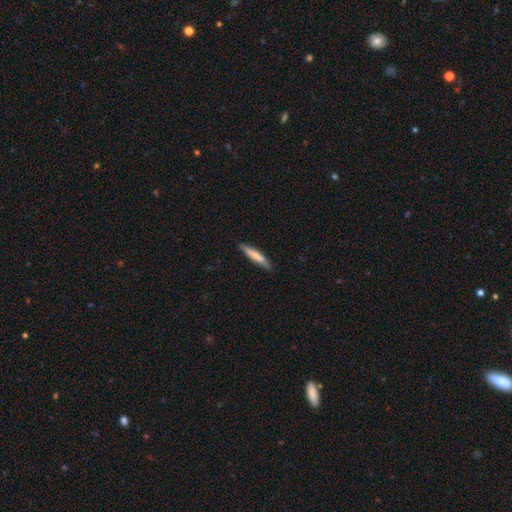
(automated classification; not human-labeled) smooth_or_featured: smooth (p=0.74) [alt: featured or disk p=0.20]
how_rounded: cigar-shaped (p=0.91) [alt: in between p=0.07]
merging: none (p=0.87) [alt: minor disturbance p=0.10]